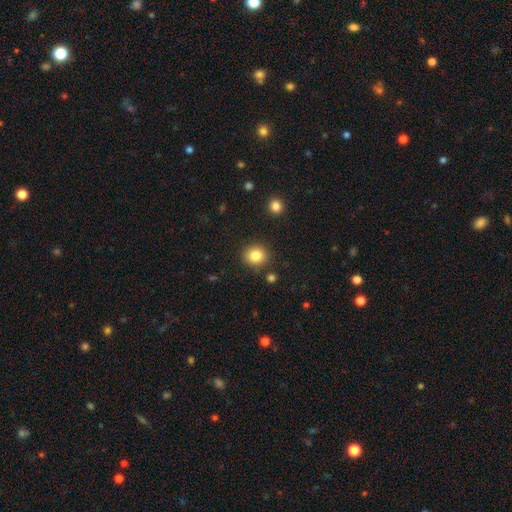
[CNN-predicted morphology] Q: Smooth or featured?
A: smooth (84%); runner-up: star or artifact (10%)
Q: How rounded?
A: round (80%); runner-up: in between (19%)
Q: Merging?
A: none (87%); runner-up: minor disturbance (8%)